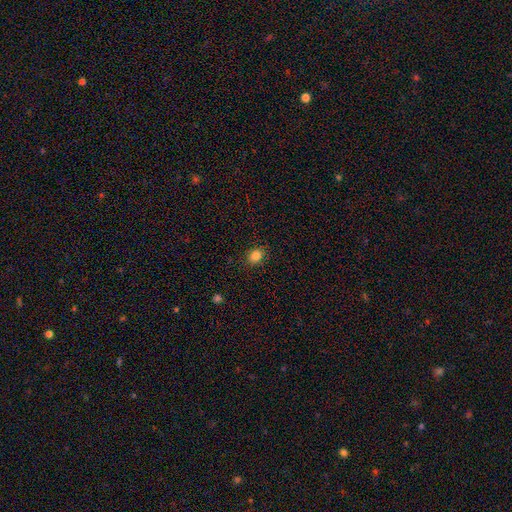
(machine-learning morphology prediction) This appears to be a smooth galaxy with no disk features (84%) that is round (54%). Merging: none (87%).